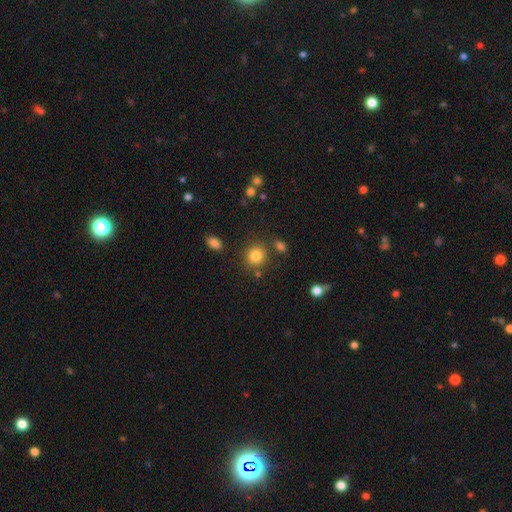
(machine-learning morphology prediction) smooth_or_featured: smooth (p=0.83) [alt: star or artifact p=0.11]
how_rounded: round (p=0.83) [alt: in between p=0.16]
merging: none (p=0.80) [alt: minor disturbance p=0.09]